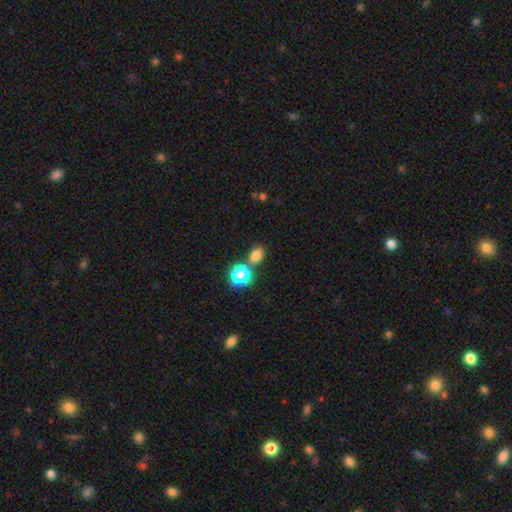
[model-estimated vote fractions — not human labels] Overall: smooth (76%). How rounded: in between (58%; round 41%). Merging: none (67%).